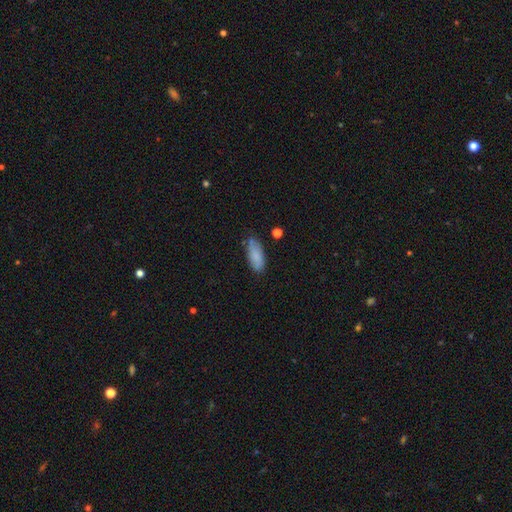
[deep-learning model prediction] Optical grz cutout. It shows a smooth galaxy with no disk features (82%) that is in between round and cigar-shaped (77%). Merging: none (71%).